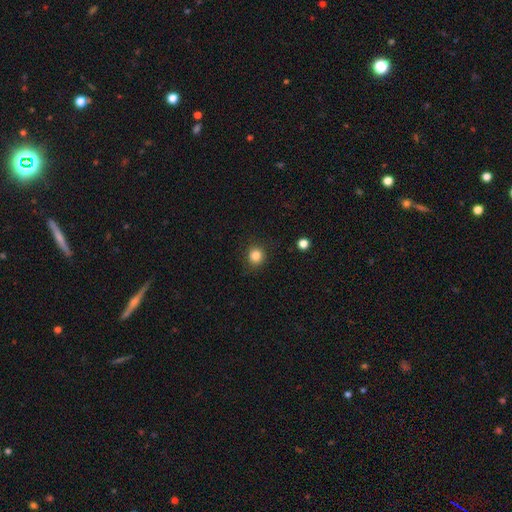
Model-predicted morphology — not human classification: This appears to be a smooth galaxy with no disk features (84%) that is round (88%). Merging: none (87%).